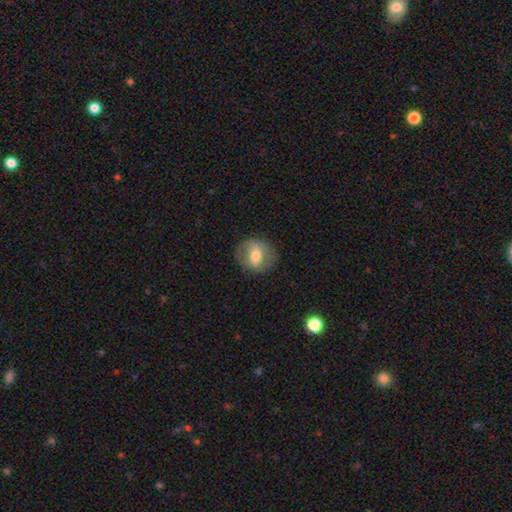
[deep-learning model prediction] Smooth or featured?
  - featured or disk: 50% *
  - smooth: 43%
  - star or artifact: 7%
Merging?
  - none: 79% *
  - minor disturbance: 14%
  - major disturbance: 6%
  - merger: 1%